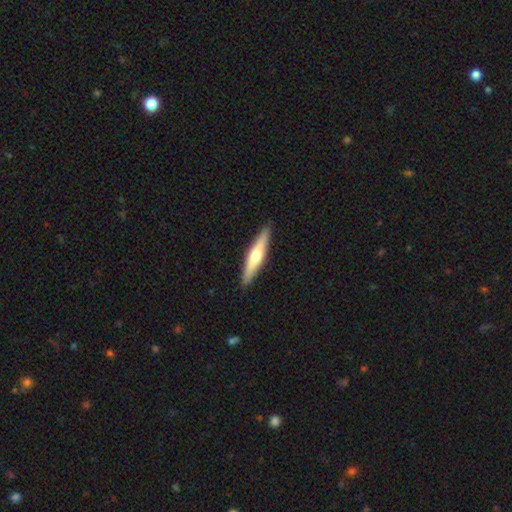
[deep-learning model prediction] Smooth or featured: featured or disk — 50% (smooth — 45%)
Edge-on disk: yes — 94% (no — 6%)
Merging: none — 91% (minor disturbance — 7%)